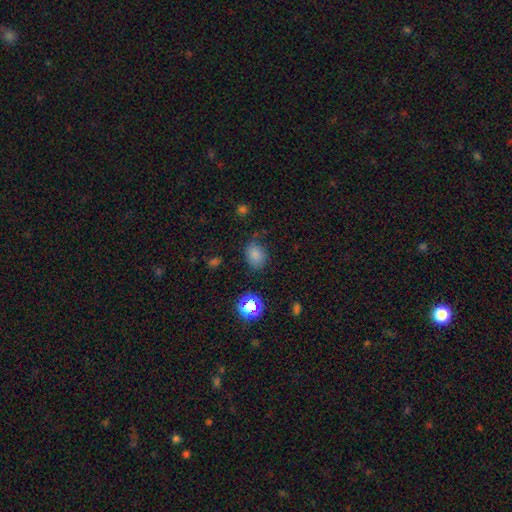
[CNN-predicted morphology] type=smooth (78%); roundness=in between (52%); merging=none (72%).